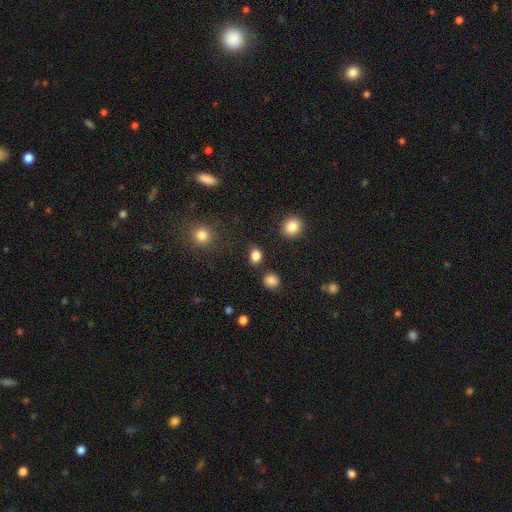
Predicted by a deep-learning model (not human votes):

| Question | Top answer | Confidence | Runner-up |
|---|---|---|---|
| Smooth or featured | smooth | 84% | star or artifact (12%) |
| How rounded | in between | 57% | round (42%) |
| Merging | none | 83% | minor disturbance (10%) |